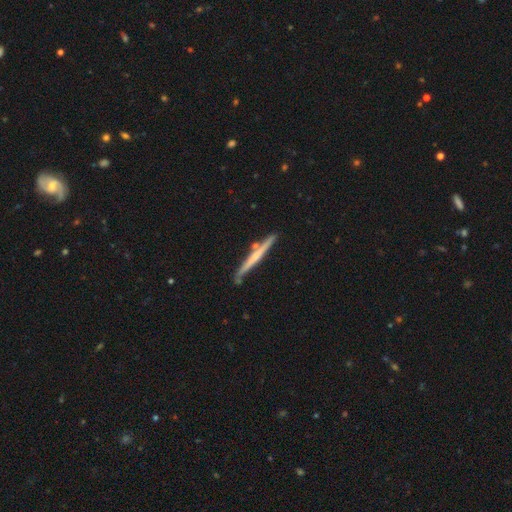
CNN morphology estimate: A featured or disk galaxy (61%) viewed edge-on (97%) with no central bulge (49%).

Vote fractions:
- Smooth or featured? featured or disk: 61% / smooth: 34% / star or artifact: 5%
- Edge-on disk? yes: 97% / no: 3%
- Edge-on bulge? none: 49% / rounded: 41% / boxy: 9%
- Merging? none: 82% / minor disturbance: 11% / merger: 5% / major disturbance: 2%